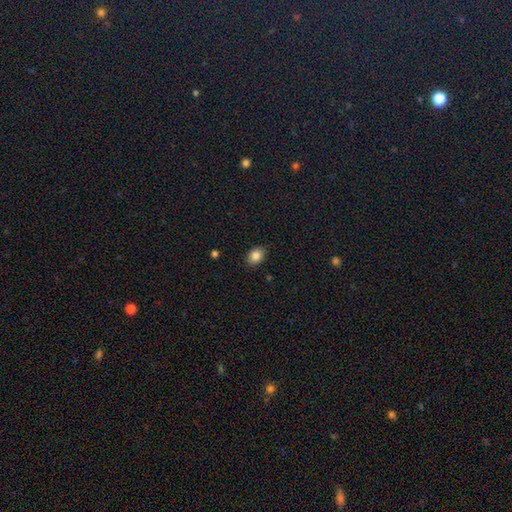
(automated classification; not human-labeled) Smooth or featured?
  - smooth: 85% *
  - star or artifact: 9%
  - featured or disk: 6%
How rounded?
  - in between: 67% *
  - round: 32%
  - cigar-shaped: 1%
Merging?
  - none: 88% *
  - minor disturbance: 9%
  - major disturbance: 2%
  - merger: 1%